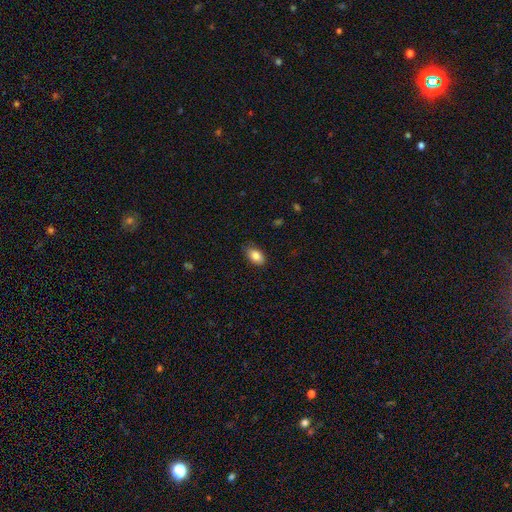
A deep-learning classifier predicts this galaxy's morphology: Smooth or featured? smooth (84%)
How rounded? in between (91%)
Merging? none (83%)